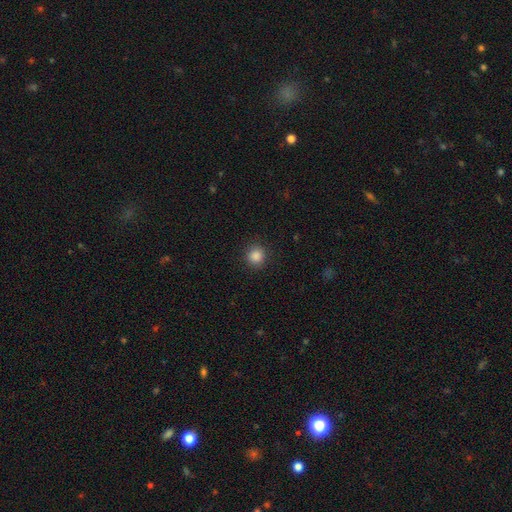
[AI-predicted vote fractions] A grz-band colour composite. It shows a smooth galaxy with no disk features (87%) that is round (90%). Merging: none (90%).